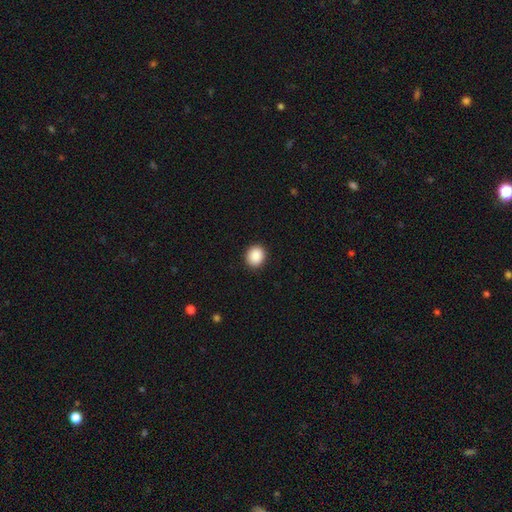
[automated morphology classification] Smooth or featured? smooth (89%)
How rounded? round (76%)
Merging? none (91%)